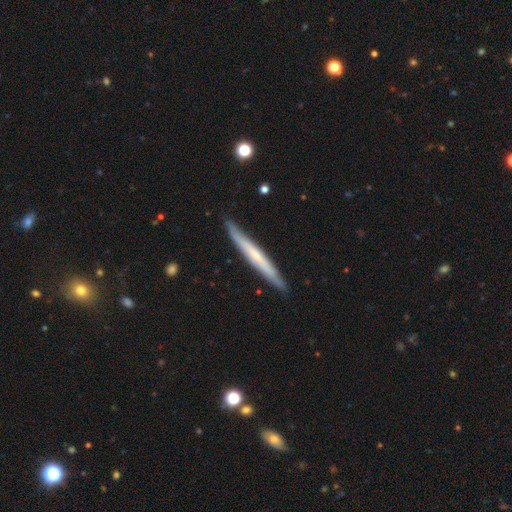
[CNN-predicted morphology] Smooth or featured: featured or disk — 50% (smooth — 45%)
Merging: none — 88% (minor disturbance — 9%)